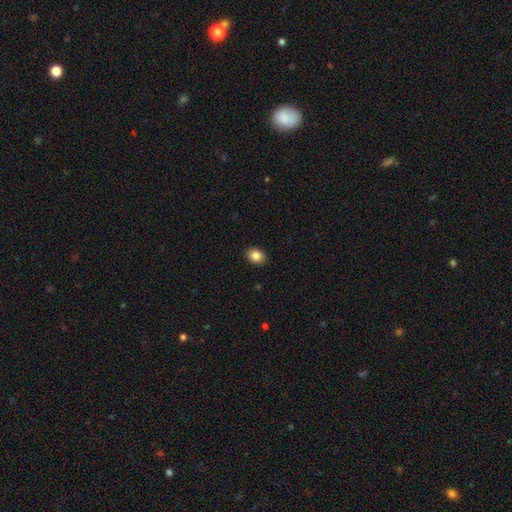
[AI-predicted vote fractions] Morphology: type=smooth (86%); roundness=in between (58%); merging=none (90%).